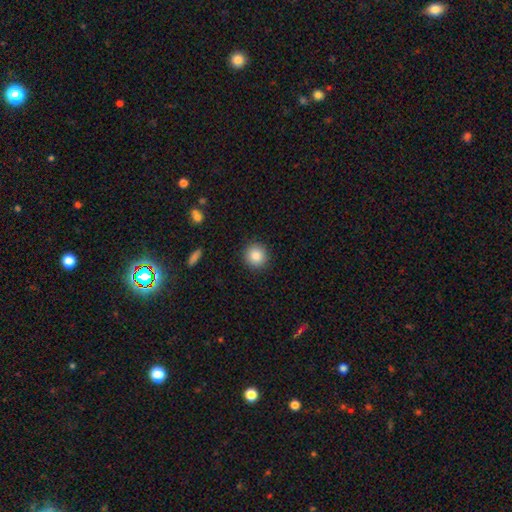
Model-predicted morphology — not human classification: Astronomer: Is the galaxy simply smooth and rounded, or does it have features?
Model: smooth — 86%.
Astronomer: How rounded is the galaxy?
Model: round — 93%.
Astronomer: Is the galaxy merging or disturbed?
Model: none — 91%.